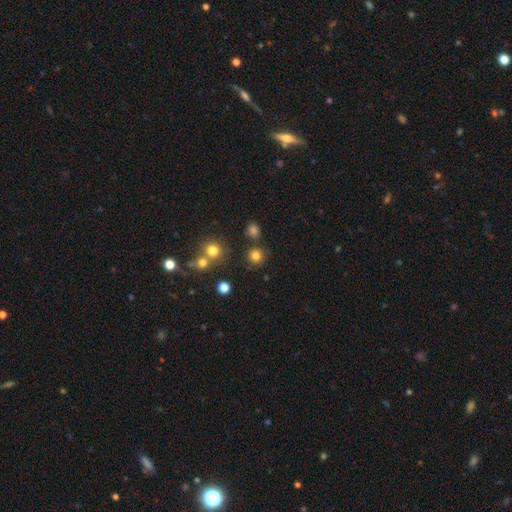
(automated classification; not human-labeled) This is likely a smooth galaxy (79%). How rounded: clearly round (93%). Merging: clearly none (83%).